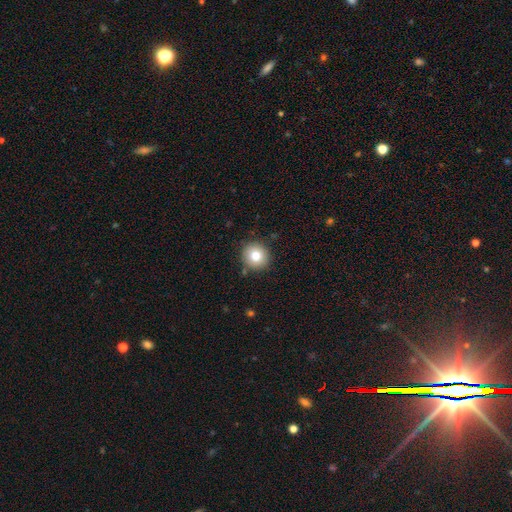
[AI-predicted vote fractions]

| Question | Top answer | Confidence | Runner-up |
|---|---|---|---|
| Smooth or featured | smooth | 78% | star or artifact (11%) |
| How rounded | round | 93% | in between (6%) |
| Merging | none | 88% | minor disturbance (8%) |